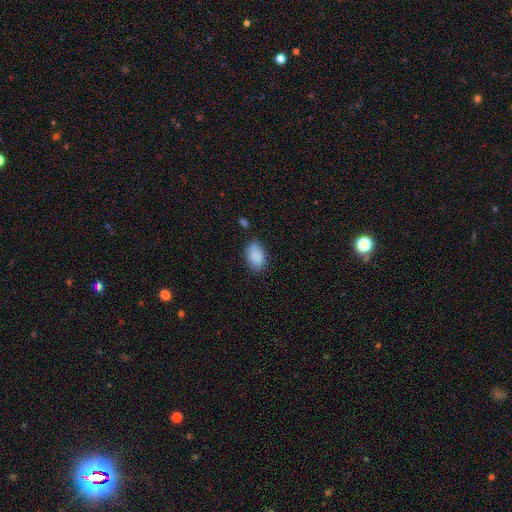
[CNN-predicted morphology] smooth_or_featured: smooth (p=0.89) [alt: star or artifact p=0.07]
how_rounded: in between (p=0.92) [alt: round p=0.07]
merging: none (p=0.78) [alt: minor disturbance p=0.16]